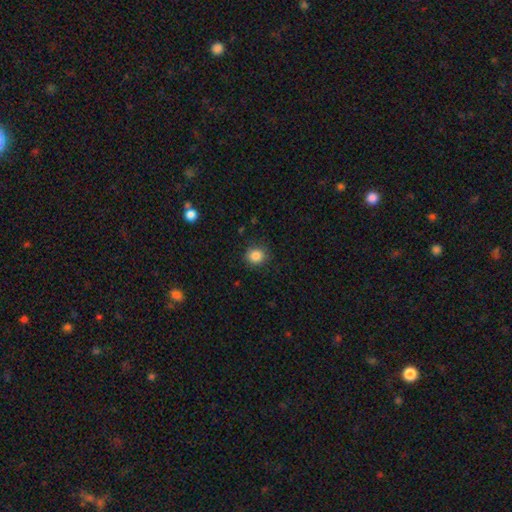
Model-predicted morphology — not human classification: A smooth galaxy with no disk features (86%) that is round (86%).

Vote fractions:
- Smooth or featured? smooth: 86% / star or artifact: 10% / featured or disk: 4%
- How rounded? round: 86% / in between: 13% / cigar-shaped: 1%
- Merging? none: 86% / minor disturbance: 10% / major disturbance: 3% / merger: 1%